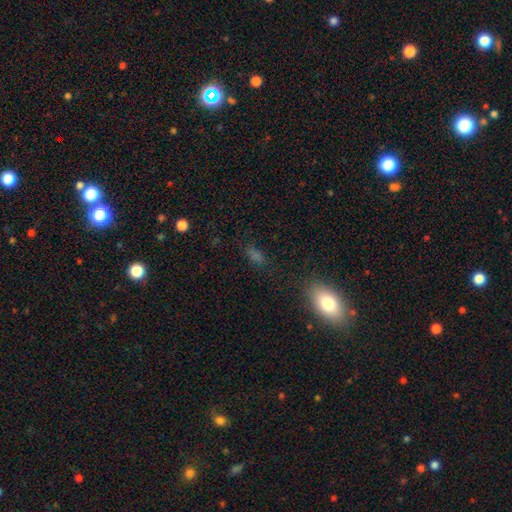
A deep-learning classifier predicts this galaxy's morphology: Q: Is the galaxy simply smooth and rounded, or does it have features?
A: smooth — 68%.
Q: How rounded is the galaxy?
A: in between — 79%.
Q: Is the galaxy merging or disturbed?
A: none — 76%.